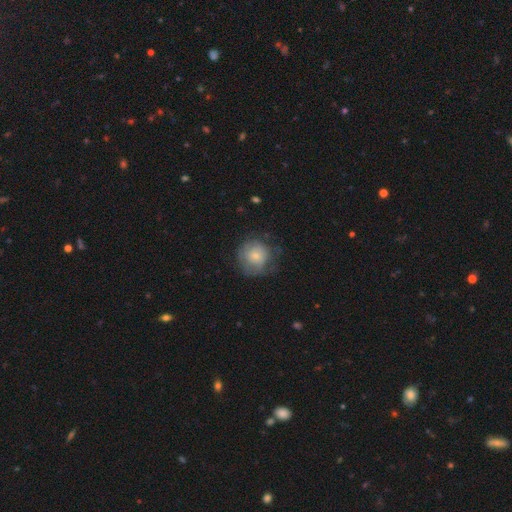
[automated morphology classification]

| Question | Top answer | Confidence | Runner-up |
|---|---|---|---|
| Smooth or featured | smooth | 62% | featured or disk (30%) |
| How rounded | round | 90% | in between (9%) |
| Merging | none | 62% | minor disturbance (23%) |